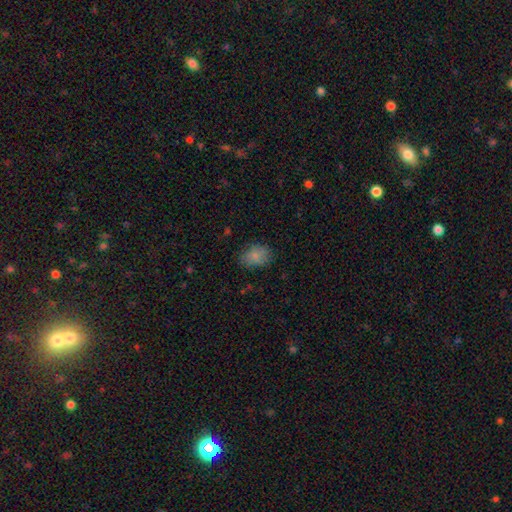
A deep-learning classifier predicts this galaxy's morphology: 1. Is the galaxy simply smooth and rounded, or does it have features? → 82% smooth, 9% star or artifact, 9% featured or disk.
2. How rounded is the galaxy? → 72% in between, 27% round, 1% cigar-shaped.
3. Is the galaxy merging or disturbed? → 74% none, 20% minor disturbance, 6% major disturbance, 1% merger.